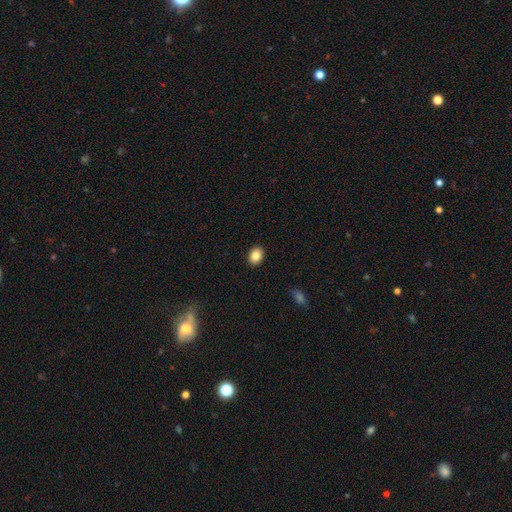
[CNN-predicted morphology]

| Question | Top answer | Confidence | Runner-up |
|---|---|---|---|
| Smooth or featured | smooth | 85% | star or artifact (8%) |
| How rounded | in between | 72% | round (27%) |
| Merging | none | 91% | minor disturbance (7%) |